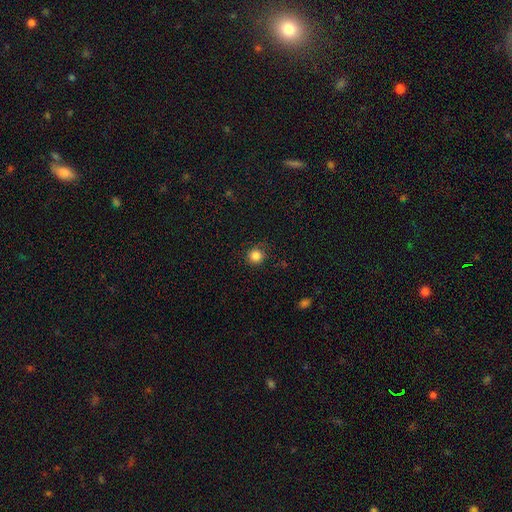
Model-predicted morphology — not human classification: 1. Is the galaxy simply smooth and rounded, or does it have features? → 84% smooth, 12% star or artifact, 4% featured or disk.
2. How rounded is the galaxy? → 92% round, 7% in between, 1% cigar-shaped.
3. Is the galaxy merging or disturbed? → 85% none, 11% minor disturbance, 3% major disturbance, 1% merger.